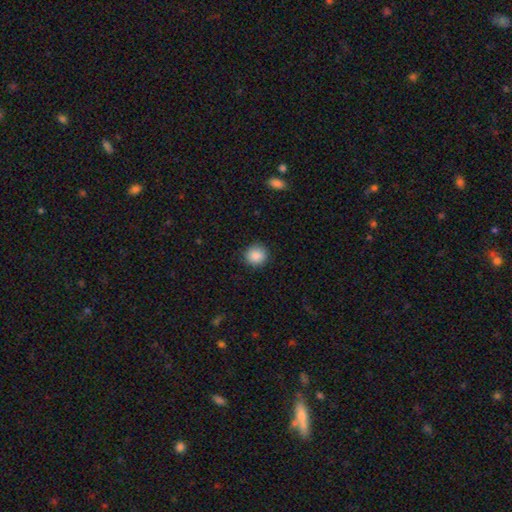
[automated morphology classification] smooth-or-featured: smooth: 88% | star or artifact: 9% | featured or disk: 3%
  how-rounded: round: 90% | in between: 9% | cigar-shaped: 1%
  merging: none: 88% | minor disturbance: 9% | major disturbance: 2% | merger: 1%